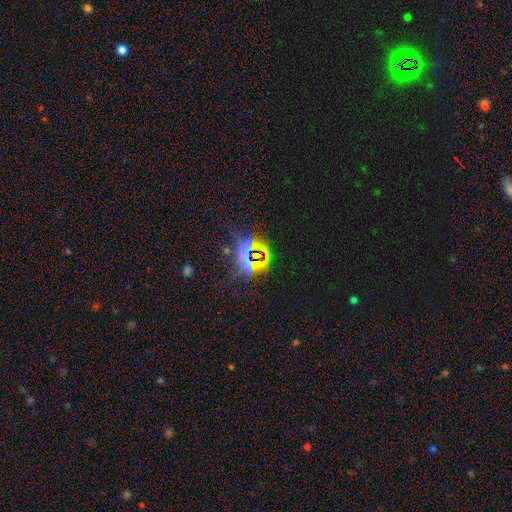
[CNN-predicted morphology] A star or artifact, not a galaxy (81%).